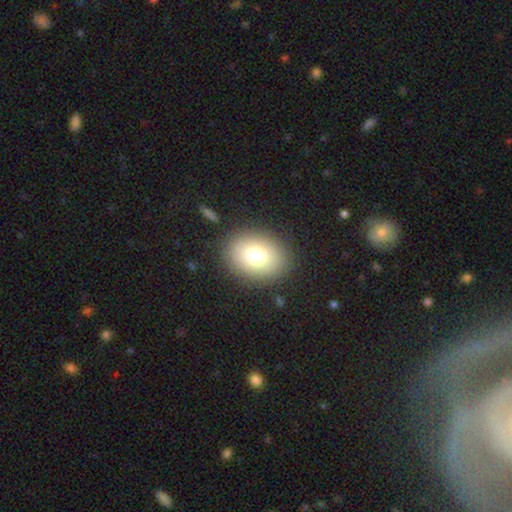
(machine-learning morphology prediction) Smooth or featured?
  - smooth: 75% *
  - featured or disk: 13%
  - star or artifact: 12%
How rounded?
  - in between: 59% *
  - round: 40%
  - cigar-shaped: 1%
Merging?
  - none: 87% *
  - minor disturbance: 8%
  - major disturbance: 4%
  - merger: 2%